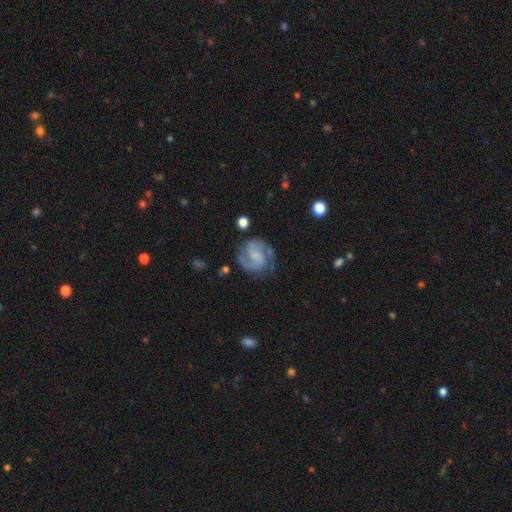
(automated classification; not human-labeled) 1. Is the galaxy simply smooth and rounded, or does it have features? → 85% featured or disk, 9% smooth, 6% star or artifact.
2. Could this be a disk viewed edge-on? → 98% no, 2% yes.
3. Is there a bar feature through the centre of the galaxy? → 49% no, 40% weak, 11% strong.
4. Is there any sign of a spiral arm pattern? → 97% yes, 3% no.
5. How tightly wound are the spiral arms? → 52% medium, 34% tight, 14% loose.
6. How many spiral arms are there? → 89% 2, 4% can't tell, 3% 3, 2% 1, 1% 4, 1% more than 4.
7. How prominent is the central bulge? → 38% small, 37% none, 20% moderate, 5% large, 1% dominant.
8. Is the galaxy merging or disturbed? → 75% none, 16% minor disturbance, 7% major disturbance, 2% merger.